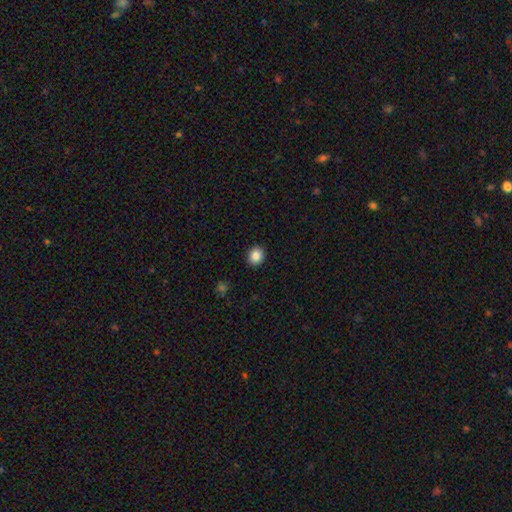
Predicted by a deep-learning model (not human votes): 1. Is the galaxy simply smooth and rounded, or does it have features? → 86% smooth, 9% star or artifact, 5% featured or disk.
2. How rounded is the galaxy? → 75% round, 24% in between, 1% cigar-shaped.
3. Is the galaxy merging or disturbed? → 92% none, 5% minor disturbance, 2% major disturbance, 1% merger.